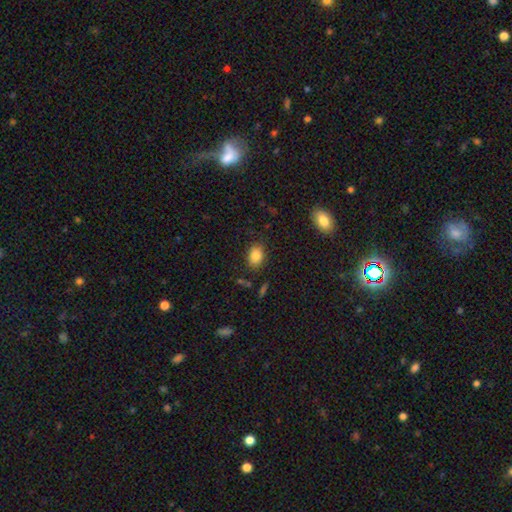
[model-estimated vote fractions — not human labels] smooth-or-featured: smooth: 84% | star or artifact: 9% | featured or disk: 7%
  how-rounded: in between: 78% | round: 21% | cigar-shaped: 1%
  merging: none: 82% | minor disturbance: 12% | major disturbance: 3% | merger: 2%